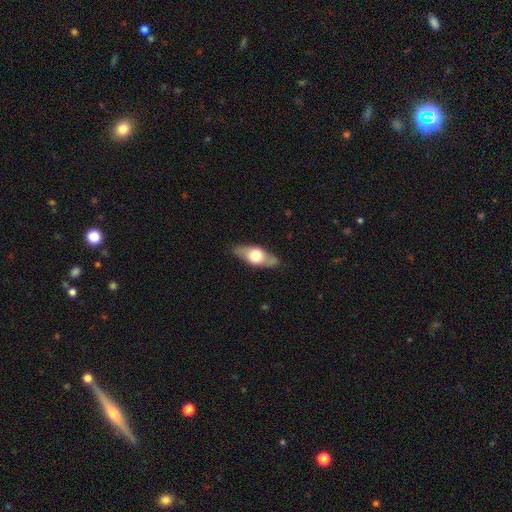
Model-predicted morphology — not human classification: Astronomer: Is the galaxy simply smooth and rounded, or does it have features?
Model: smooth — 48% (runner-up: featured or disk, 46%).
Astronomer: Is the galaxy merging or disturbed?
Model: none — 78%.